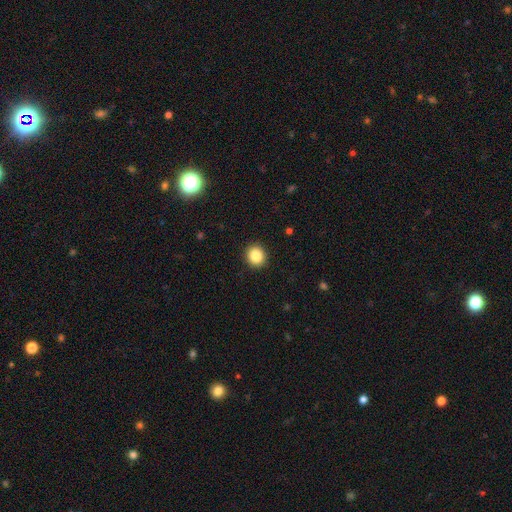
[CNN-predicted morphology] Overall: smooth (86%). How rounded: round (85%). Merging: none (92%).